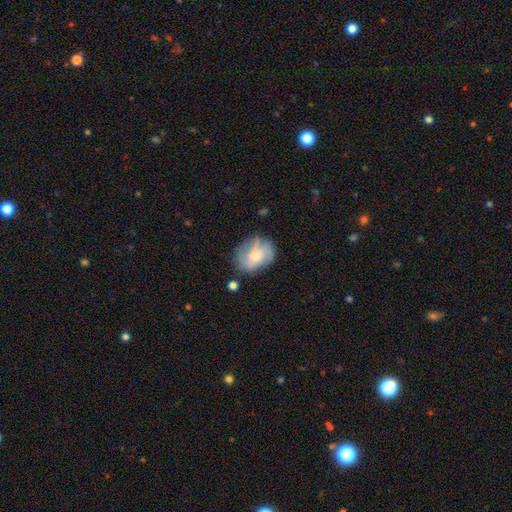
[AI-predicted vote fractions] Smooth or featured? Predicted: featured or disk (p=0.48). Merging? Predicted: none (p=0.63).